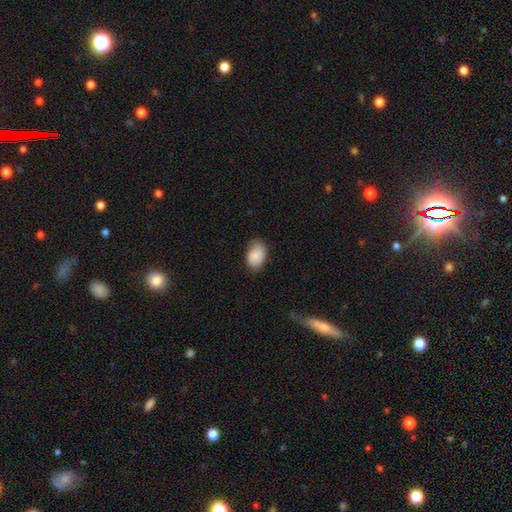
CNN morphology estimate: Smooth or featured: smooth — 84% (featured or disk — 9%)
How rounded: in between — 85% (round — 14%)
Merging: none — 72% (minor disturbance — 22%)